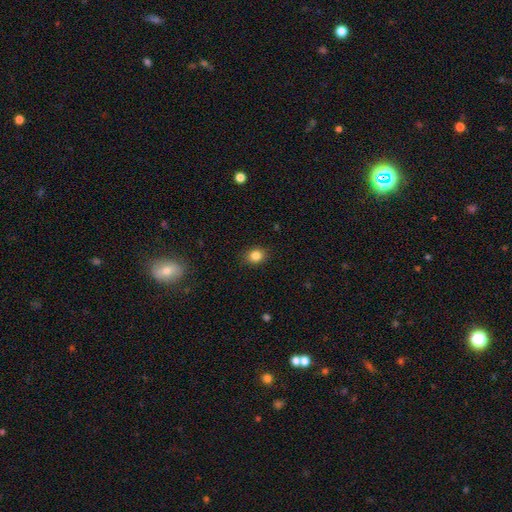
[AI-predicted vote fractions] Smooth or featured: smooth — 85% (star or artifact — 10%)
How rounded: round — 57% (in between — 42%)
Merging: none — 88% (minor disturbance — 9%)